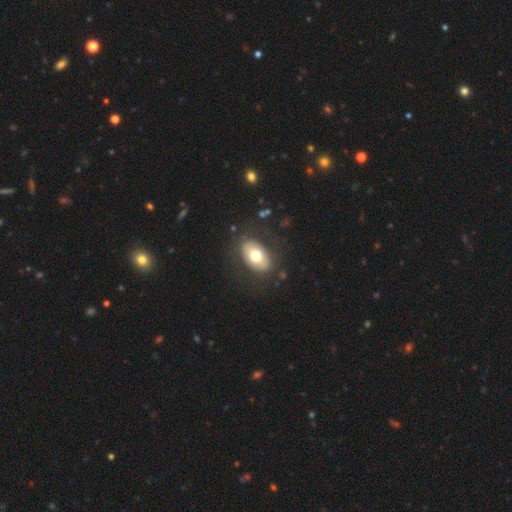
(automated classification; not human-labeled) A smooth galaxy with no disk features (65%) that is in between round and cigar-shaped (88%). Merging: none (81%).